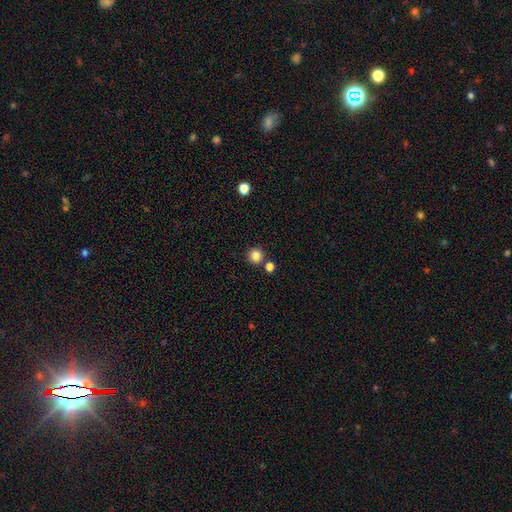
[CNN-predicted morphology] smooth 83%, star or artifact 12%, featured or disk 5%. Down the decision tree: how rounded — round (93%); merging — none (82%).